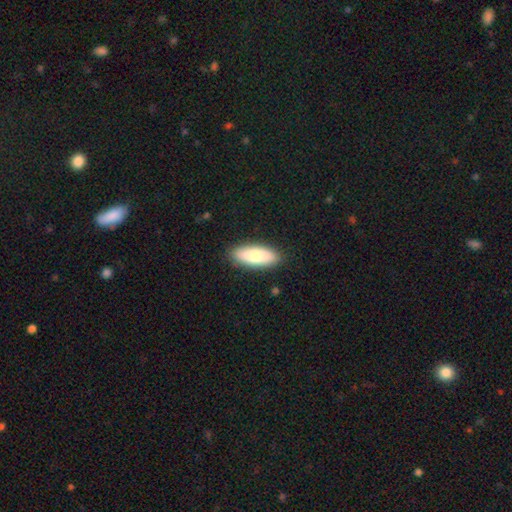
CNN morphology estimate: Q: Smooth or featured?
A: smooth (82%); runner-up: featured or disk (12%)
Q: How rounded?
A: in between (72%); runner-up: cigar-shaped (27%)
Q: Merging?
A: none (88%); runner-up: minor disturbance (9%)